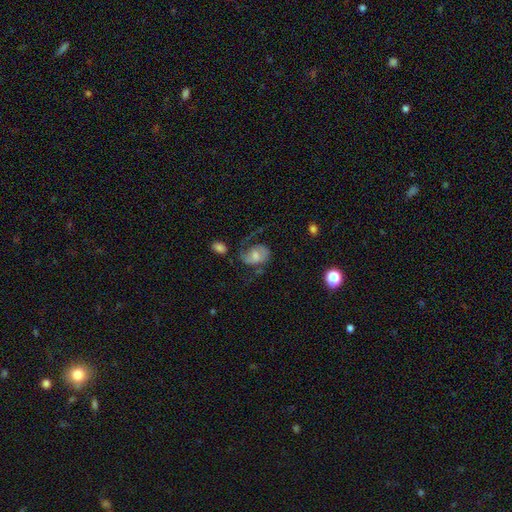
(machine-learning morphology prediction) type=featured or disk (61%); edge-on=no (97%); bar=no (49%); spiral arms=yes (82%); bulge=moderate (46%); merging=none (38%).